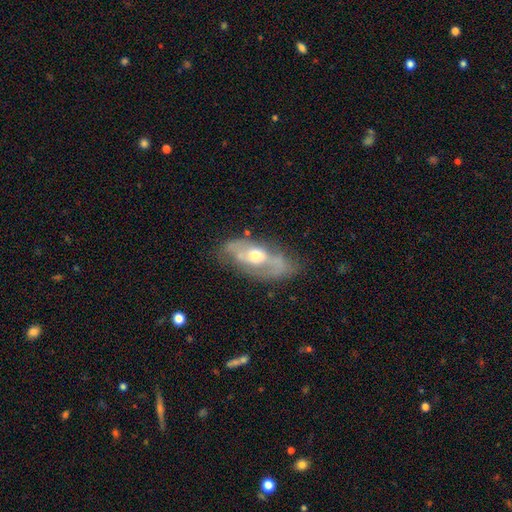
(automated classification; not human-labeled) smooth-or-featured: featured or disk: 67% | smooth: 26% | star or artifact: 6%
  disk-edge-on: no: 84% | yes: 16%
    bar: no: 60% | weak: 28% | strong: 12%
    has-spiral-arms: yes: 59% | no: 41%
    bulge-size: moderate: 71% | small: 16% | large: 11% | dominant: 1% | none: 1%
  merging: none: 59% | minor disturbance: 25% | major disturbance: 13% | merger: 3%